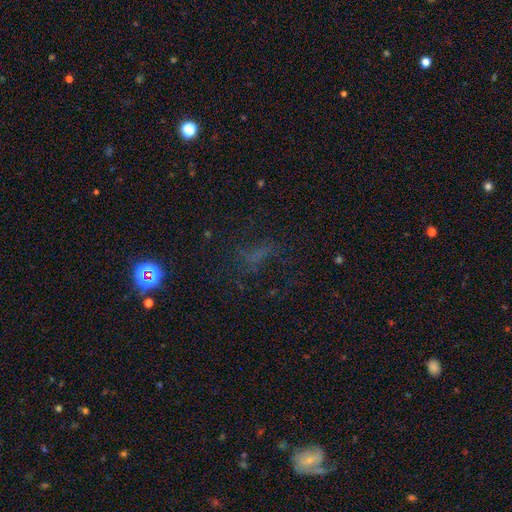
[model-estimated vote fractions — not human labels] A star or artifact, not a galaxy (45%).